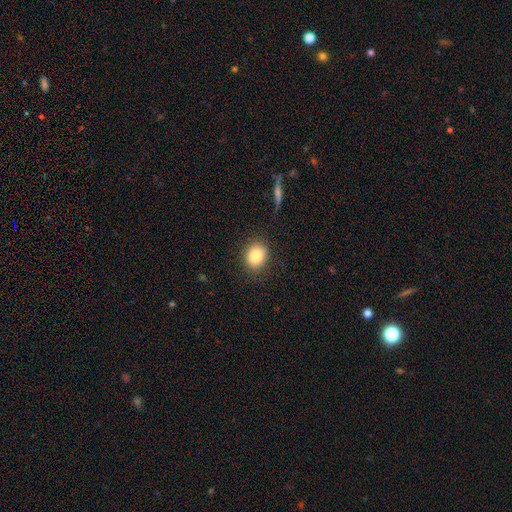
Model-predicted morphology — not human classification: type=smooth (82%); roundness=round (64%); merging=none (85%).